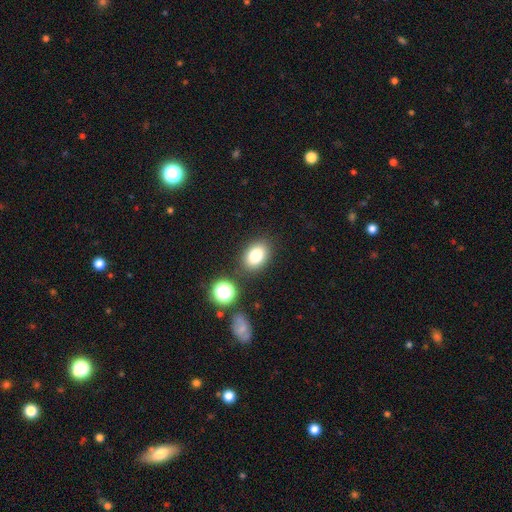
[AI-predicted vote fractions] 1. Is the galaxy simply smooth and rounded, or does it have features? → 81% smooth, 11% star or artifact, 8% featured or disk.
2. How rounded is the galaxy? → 76% in between, 23% round, 1% cigar-shaped.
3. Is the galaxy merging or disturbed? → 82% none, 10% minor disturbance, 5% merger, 3% major disturbance.